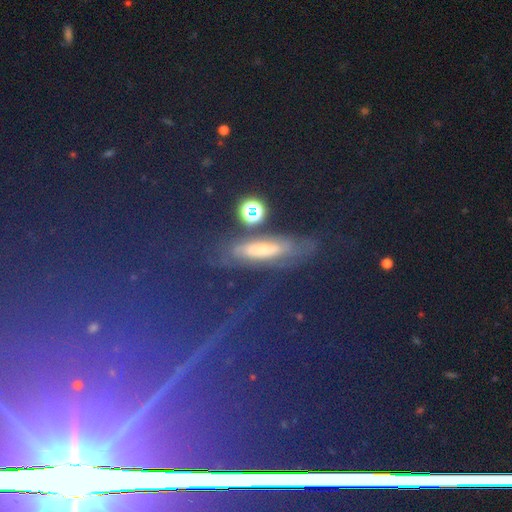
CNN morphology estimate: A star or artifact, not a galaxy (43%).

Vote fractions:
- Smooth or featured? star or artifact: 43% / smooth: 37% / featured or disk: 20%